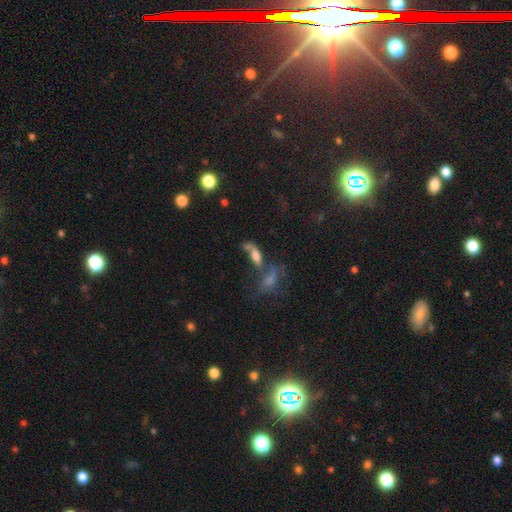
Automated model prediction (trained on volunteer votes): This appears to be a smooth galaxy with no disk features (46%). Merging: merger (43%).